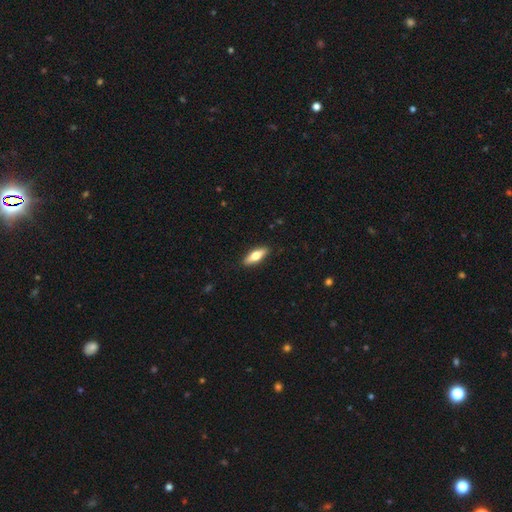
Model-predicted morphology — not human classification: Overall: smooth (63%; featured or disk 31%). How rounded: in between (57%; cigar-shaped 40%). Merging: none (90%).